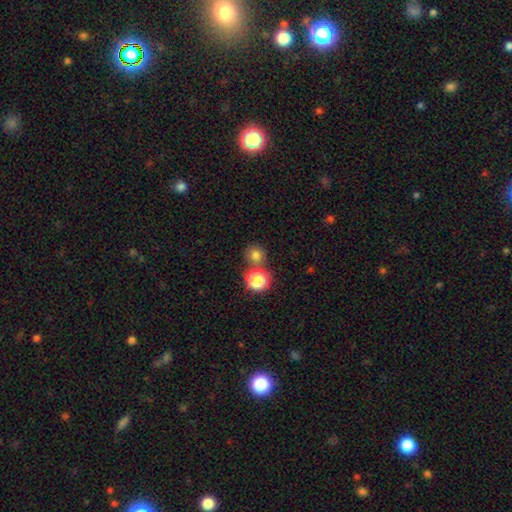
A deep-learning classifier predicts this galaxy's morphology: A smooth galaxy with no disk features (72%) that is round (84%).

Vote fractions:
- Smooth or featured? smooth: 72% / star or artifact: 20% / featured or disk: 8%
- How rounded? round: 84% / in between: 15% / cigar-shaped: 1%
- Merging? none: 64% / merger: 24% / minor disturbance: 9% / major disturbance: 4%